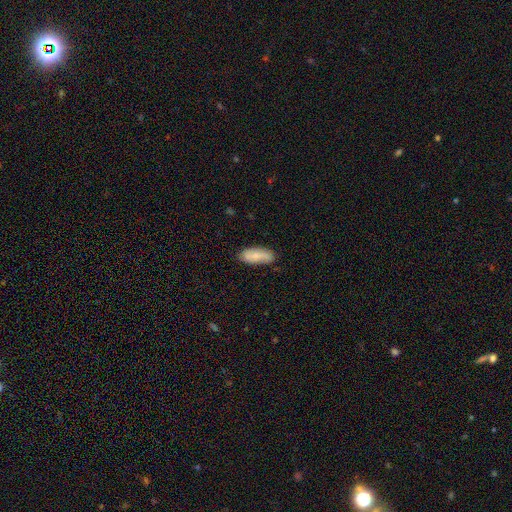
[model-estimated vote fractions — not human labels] Overall: smooth (70%). How rounded: in between (75%). Merging: none (80%).